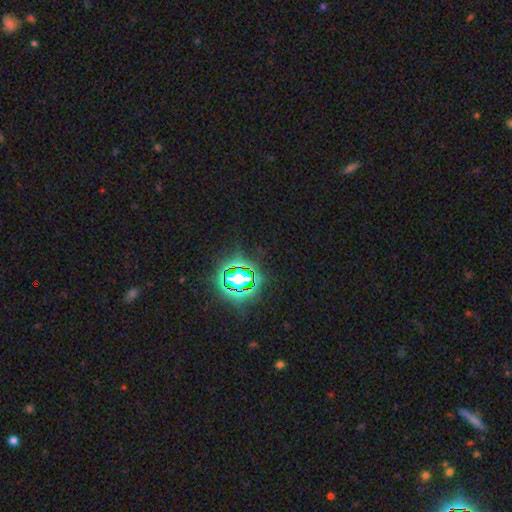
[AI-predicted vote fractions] Smooth or featured?
  - star or artifact: 79% *
  - smooth: 13%
  - featured or disk: 7%